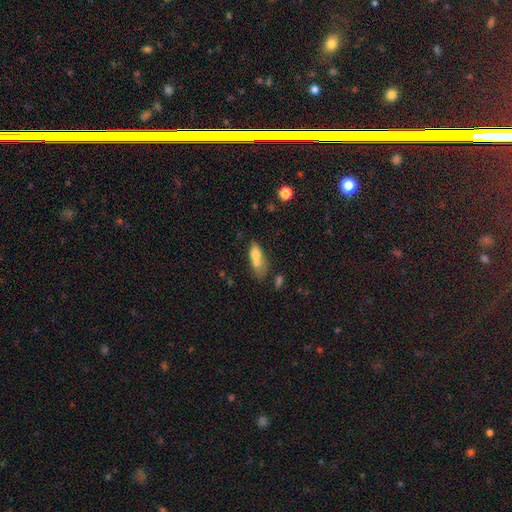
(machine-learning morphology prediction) Overall: smooth (67%). How rounded: in between (74%). Merging: merger (59%; none 22%).